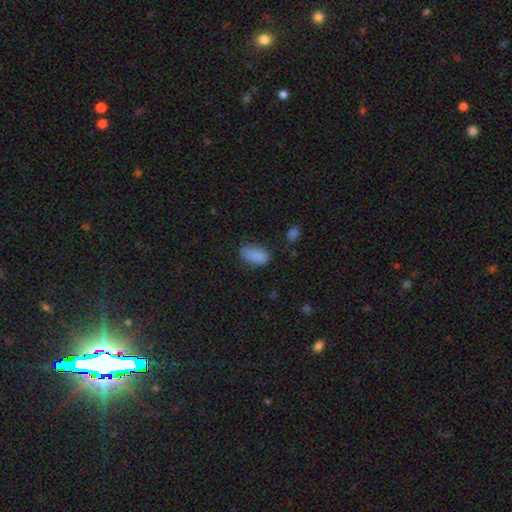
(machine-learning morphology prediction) Smooth or featured?
  - smooth: 86% *
  - star or artifact: 9%
  - featured or disk: 5%
How rounded?
  - in between: 94% *
  - round: 4%
  - cigar-shaped: 2%
Merging?
  - none: 68% *
  - minor disturbance: 24%
  - major disturbance: 6%
  - merger: 2%